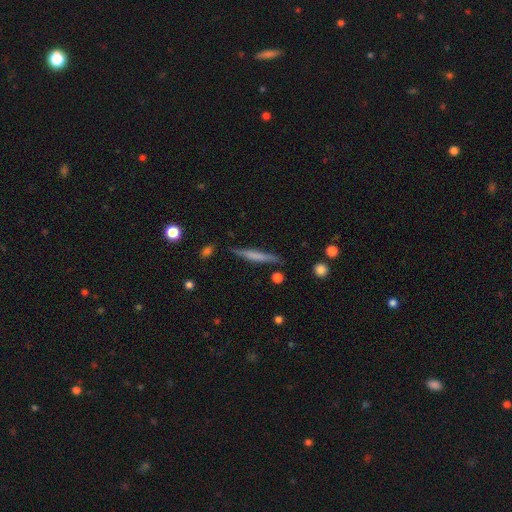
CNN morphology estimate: type=smooth (50%); roundness=cigar-shaped (93%); merging=none (84%).